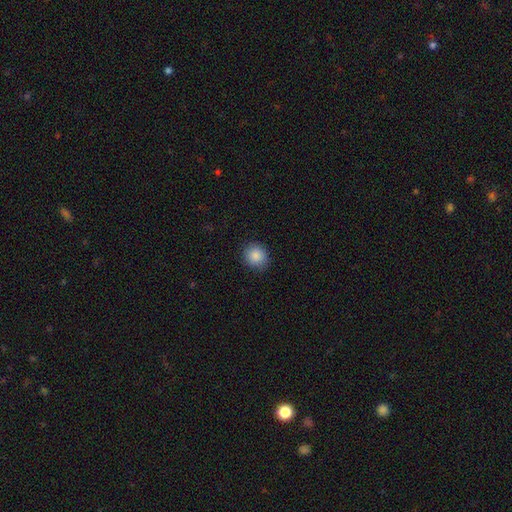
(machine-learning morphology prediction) Smooth or featured? smooth (87%)
How rounded? round (82%)
Merging? none (87%)